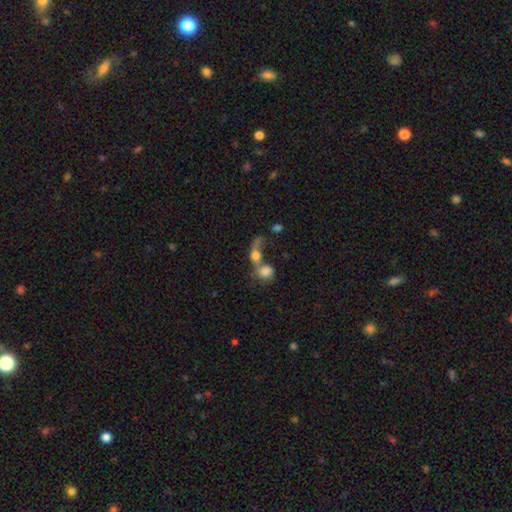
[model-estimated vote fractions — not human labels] Smooth or featured: smooth — 62% (featured or disk — 27%)
How rounded: in between — 53% (round — 40%)
Merging: merger — 70% (major disturbance — 13%)